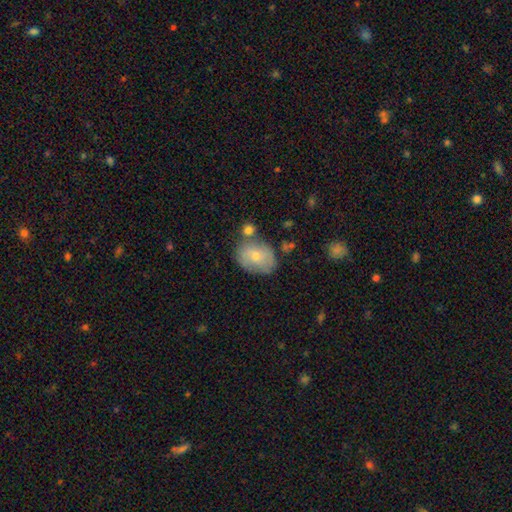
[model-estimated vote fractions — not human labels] Smooth or featured: smooth — 61% (featured or disk — 30%)
How rounded: in between — 64% (round — 35%)
Merging: none — 59% (minor disturbance — 23%)